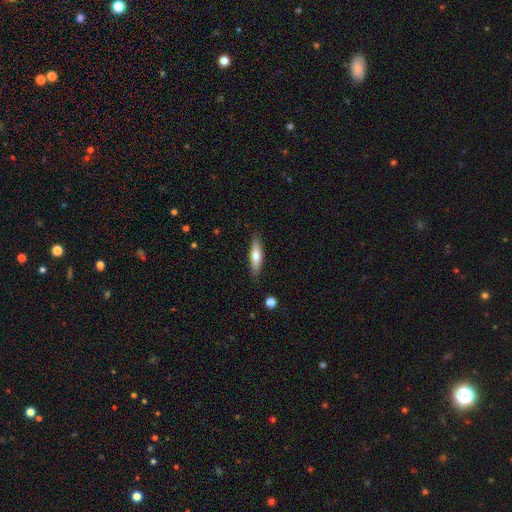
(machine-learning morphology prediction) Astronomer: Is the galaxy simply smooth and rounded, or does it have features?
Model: smooth — 69%.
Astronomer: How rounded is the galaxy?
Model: cigar-shaped — 64%.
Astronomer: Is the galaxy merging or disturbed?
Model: none — 85%.